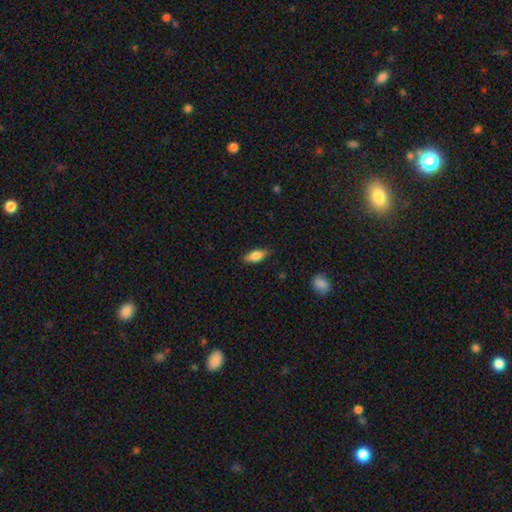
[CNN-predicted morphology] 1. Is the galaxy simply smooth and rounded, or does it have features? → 71% smooth, 22% featured or disk, 7% star or artifact.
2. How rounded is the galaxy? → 71% in between, 26% cigar-shaped, 3% round.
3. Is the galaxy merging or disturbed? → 85% none, 11% minor disturbance, 2% major disturbance, 1% merger.